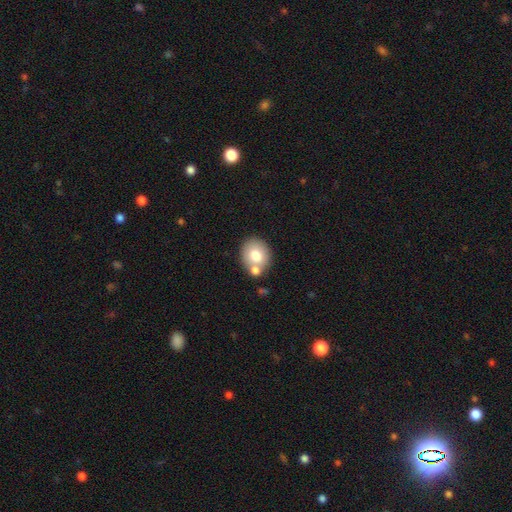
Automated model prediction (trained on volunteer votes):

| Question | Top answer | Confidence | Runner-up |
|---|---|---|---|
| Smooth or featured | smooth | 74% | featured or disk (17%) |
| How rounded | round | 65% | in between (34%) |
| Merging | none | 59% | merger (25%) |